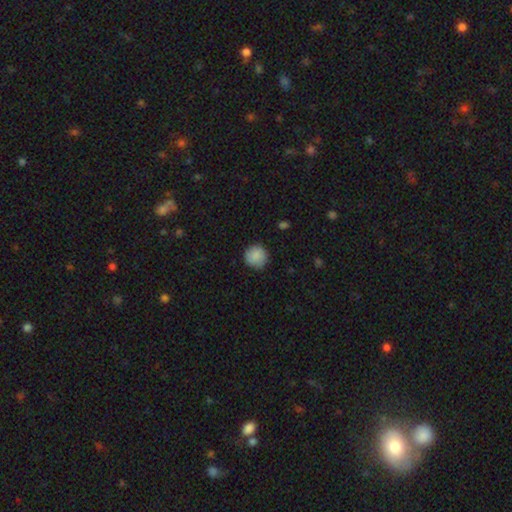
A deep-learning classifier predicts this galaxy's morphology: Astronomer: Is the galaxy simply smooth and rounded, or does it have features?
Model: smooth — 85%.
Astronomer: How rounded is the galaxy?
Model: round — 93%.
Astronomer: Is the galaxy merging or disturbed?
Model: none — 82%.